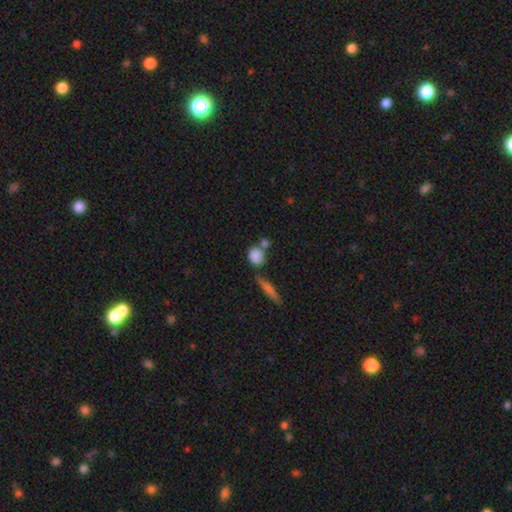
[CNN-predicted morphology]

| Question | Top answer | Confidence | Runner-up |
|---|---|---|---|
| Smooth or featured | smooth | 83% | star or artifact (9%) |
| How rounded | round | 63% | in between (31%) |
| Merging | none | 53% | merger (28%) |